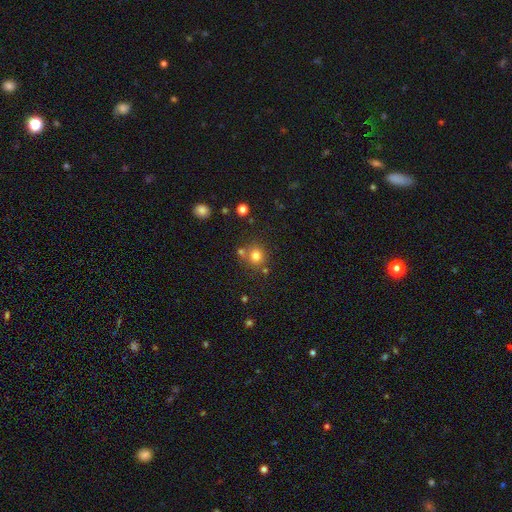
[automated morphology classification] A smooth galaxy with no disk features (77%) that is round (87%).

Vote fractions:
- Smooth or featured? smooth: 77% / star or artifact: 15% / featured or disk: 8%
- How rounded? round: 87% / in between: 12% / cigar-shaped: 1%
- Merging? none: 69% / merger: 17% / minor disturbance: 10% / major disturbance: 3%